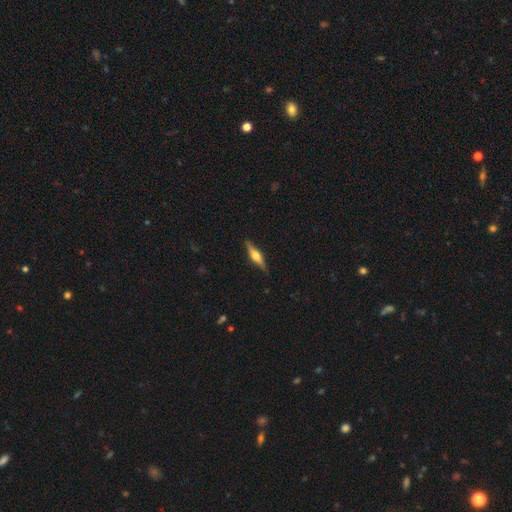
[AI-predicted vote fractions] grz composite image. It shows a featured or disk galaxy (62%) viewed edge-on (96%) with a rounded central bulge (91%). Merging: none (87%).